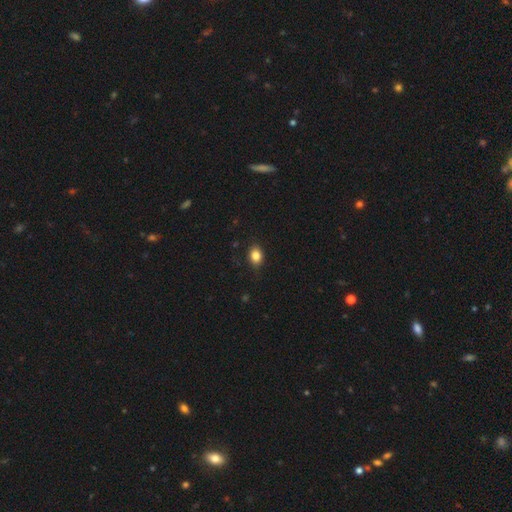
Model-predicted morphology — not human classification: Smooth or featured? Predicted: smooth (p=0.84). How rounded? Predicted: in between (p=0.68). Merging? Predicted: none (p=0.85).